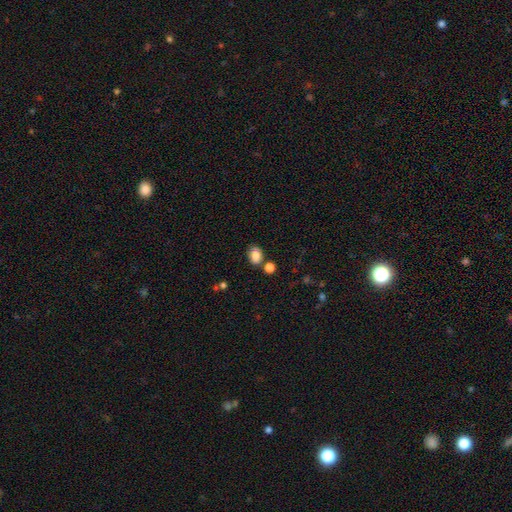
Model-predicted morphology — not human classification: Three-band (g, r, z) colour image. It shows a smooth galaxy with no disk features (85%) that is in between round and cigar-shaped (81%). Merging: none (70%).